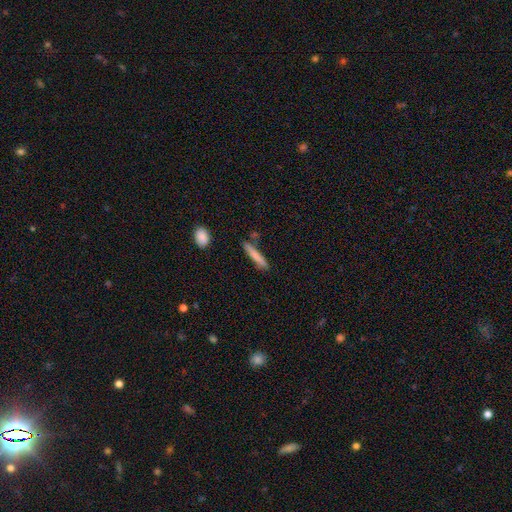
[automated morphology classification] Smooth or featured? Predicted: smooth (p=0.76). How rounded? Predicted: cigar-shaped (p=0.92). Merging? Predicted: none (p=0.79).